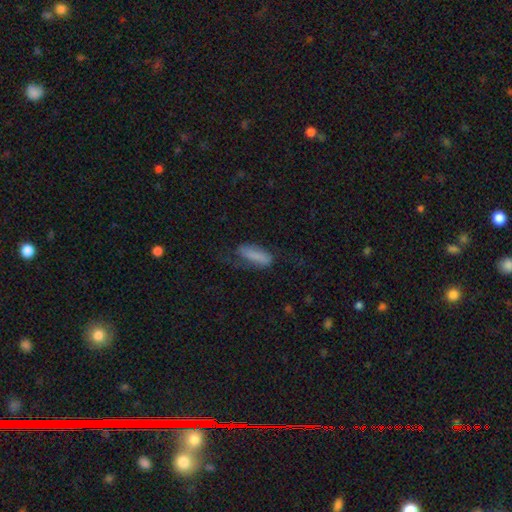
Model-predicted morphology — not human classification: A smooth galaxy with no disk features (75%) that is in between round and cigar-shaped (60%). Merging: none (47%).